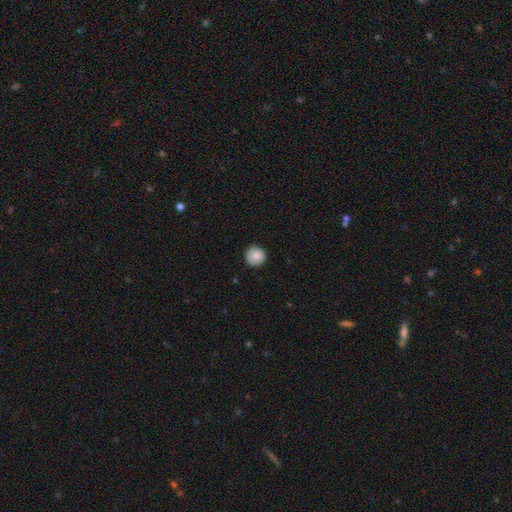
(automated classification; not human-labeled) Smooth or featured? smooth (86%)
How rounded? round (94%)
Merging? none (85%)